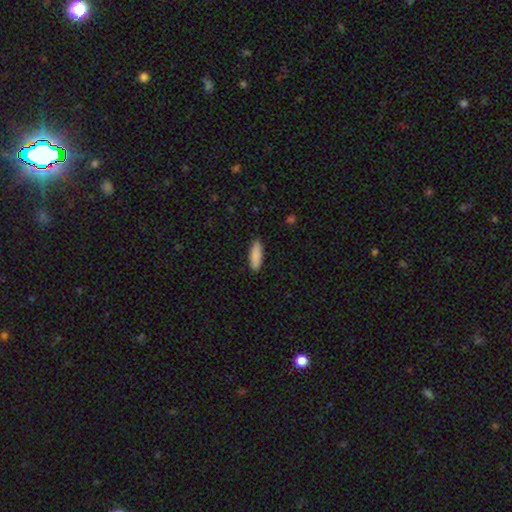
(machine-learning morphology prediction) Overall: smooth (89%). How rounded: in between (51%; cigar-shaped 47%). Merging: none (89%).